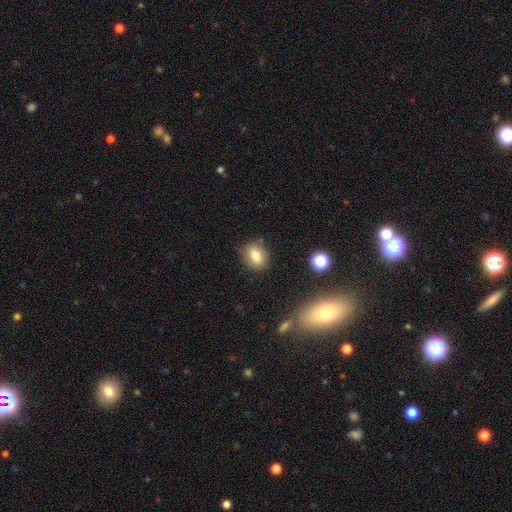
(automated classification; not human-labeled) Overall: smooth (79%). How rounded: in between (54%; round 44%). Merging: none (78%).